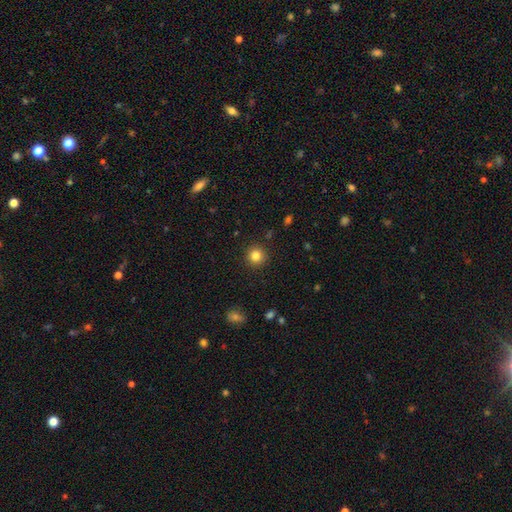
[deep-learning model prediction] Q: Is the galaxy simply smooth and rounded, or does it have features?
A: smooth — 83%.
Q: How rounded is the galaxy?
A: round — 94%.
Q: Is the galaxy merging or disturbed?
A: none — 92%.